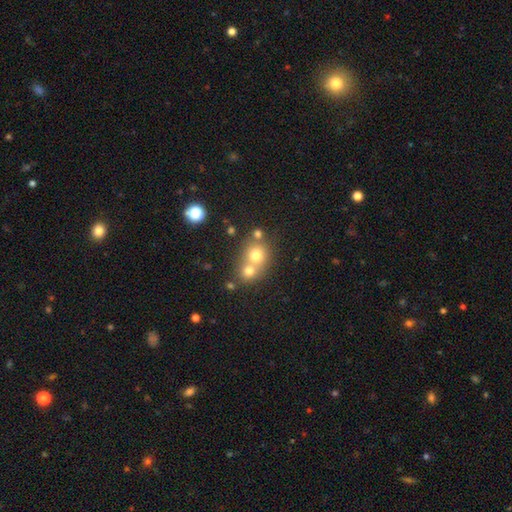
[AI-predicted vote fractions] Smooth or featured: smooth — 70% (featured or disk — 16%)
How rounded: round — 79% (in between — 20%)
Merging: merger — 54% (none — 37%)